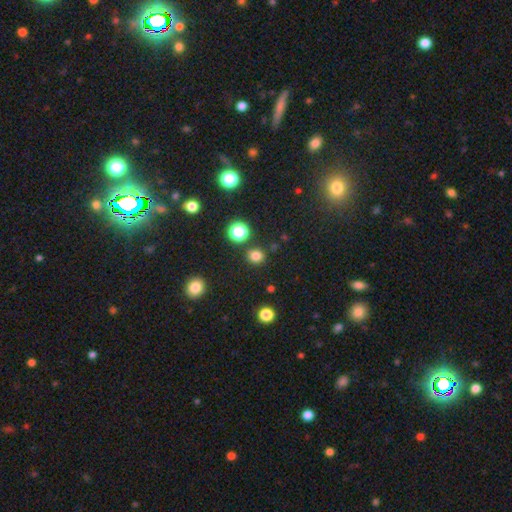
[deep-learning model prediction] Overall: smooth (78%). How rounded: round (82%). Merging: none (86%).